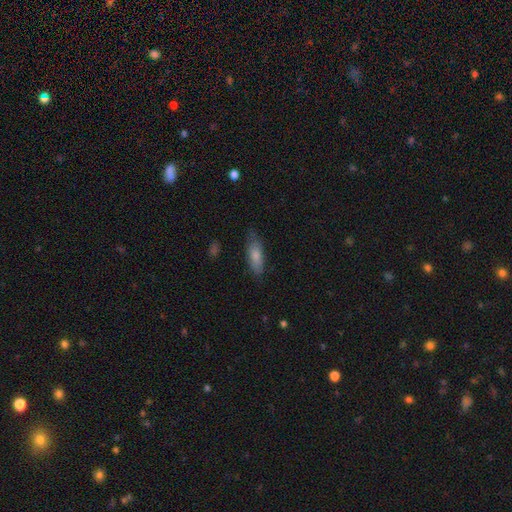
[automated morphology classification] Overall: smooth (78%). How rounded: in between (57%; cigar-shaped 41%). Merging: none (73%).